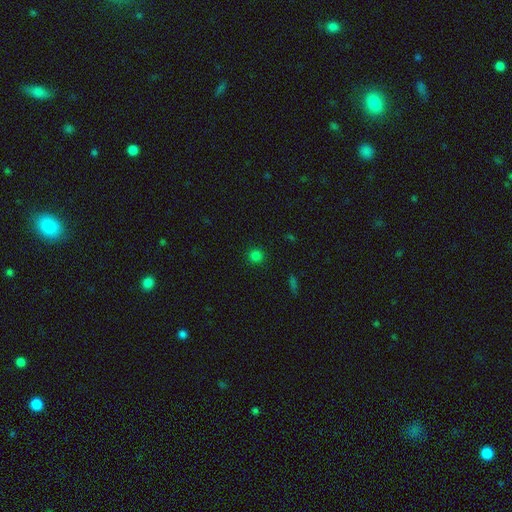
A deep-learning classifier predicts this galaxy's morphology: Smooth or featured: smooth — 80% (star or artifact — 16%)
How rounded: round — 92% (in between — 7%)
Merging: none — 91% (minor disturbance — 6%)